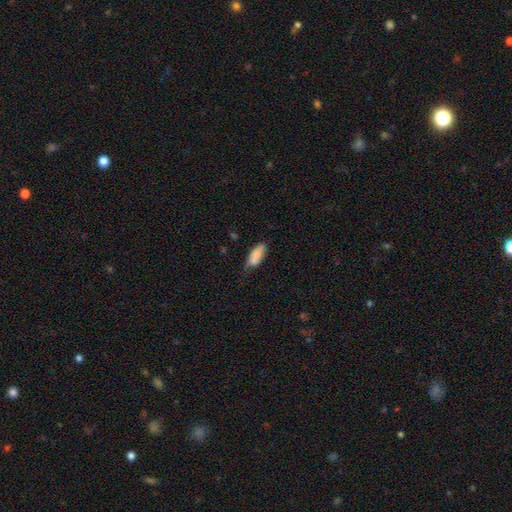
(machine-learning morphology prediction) Q: Smooth or featured?
A: smooth (83%); runner-up: featured or disk (10%)
Q: How rounded?
A: in between (80%); runner-up: cigar-shaped (18%)
Q: Merging?
A: none (50%); runner-up: minor disturbance (36%)